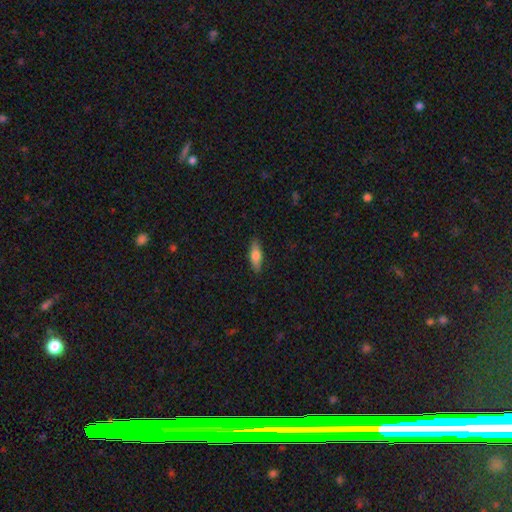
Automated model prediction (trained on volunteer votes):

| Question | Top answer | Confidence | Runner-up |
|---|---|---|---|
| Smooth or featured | smooth | 68% | featured or disk (25%) |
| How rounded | in between | 60% | cigar-shaped (38%) |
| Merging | none | 87% | minor disturbance (10%) |